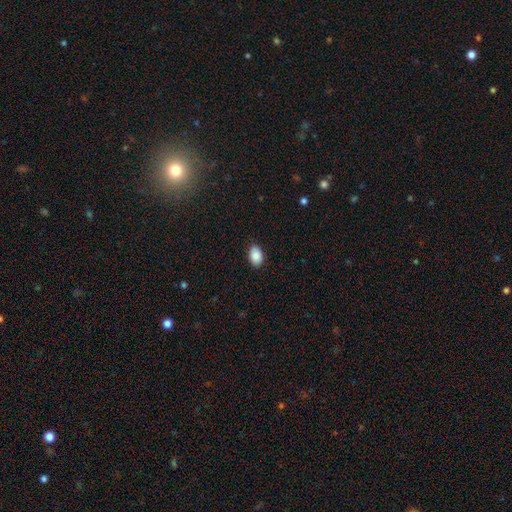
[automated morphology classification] smooth-or-featured: smooth: 88% | star or artifact: 8% | featured or disk: 5%
  how-rounded: in between: 85% | round: 14% | cigar-shaped: 1%
  merging: none: 87% | minor disturbance: 10% | major disturbance: 2% | merger: 1%